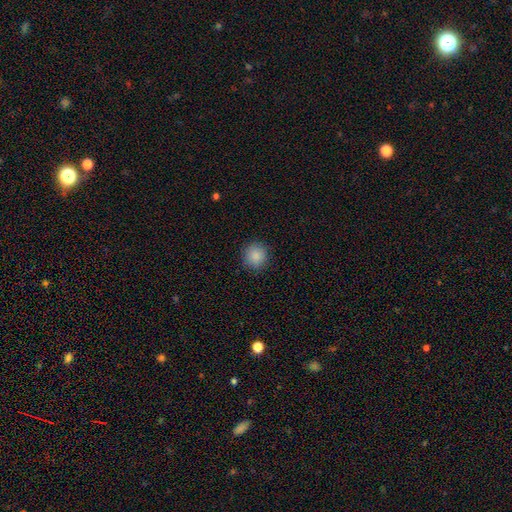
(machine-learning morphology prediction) smooth_or_featured: smooth (p=0.87) [alt: star or artifact p=0.09]
how_rounded: round (p=0.91) [alt: in between p=0.08]
merging: none (p=0.90) [alt: minor disturbance p=0.07]